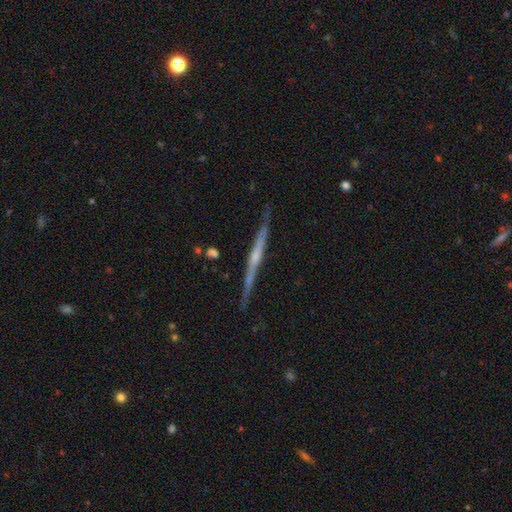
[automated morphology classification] Smooth or featured? featured or disk (77%)
Edge-on disk? yes (98%)
Edge-on bulge? rounded (53%)
Merging? none (85%)